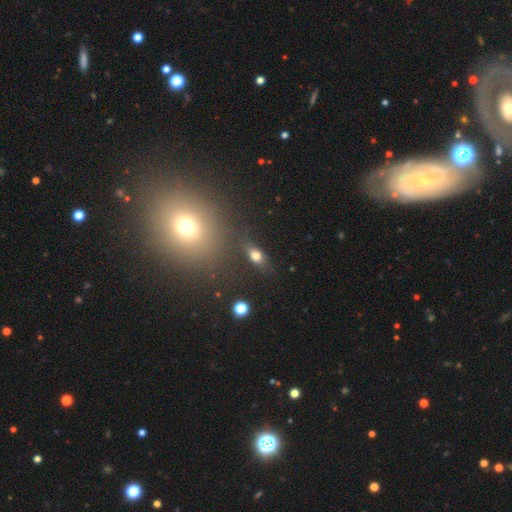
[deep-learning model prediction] Smooth or featured? smooth (69%)
How rounded? in between (72%)
Merging? none (73%)